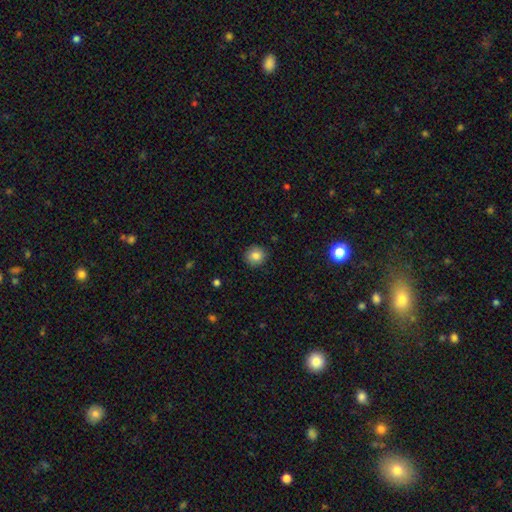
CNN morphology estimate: smooth_or_featured: smooth (p=0.82) [alt: star or artifact p=0.10]
how_rounded: round (p=0.87) [alt: in between p=0.12]
merging: none (p=0.86) [alt: minor disturbance p=0.10]